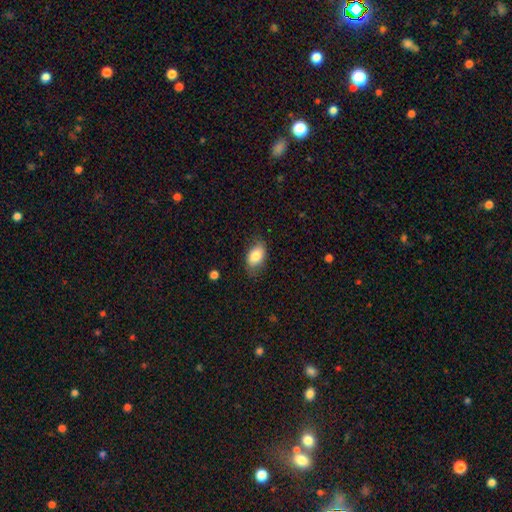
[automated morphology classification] Q: Smooth or featured?
A: smooth (82%); runner-up: featured or disk (11%)
Q: How rounded?
A: in between (90%); runner-up: round (9%)
Q: Merging?
A: none (73%); runner-up: minor disturbance (20%)